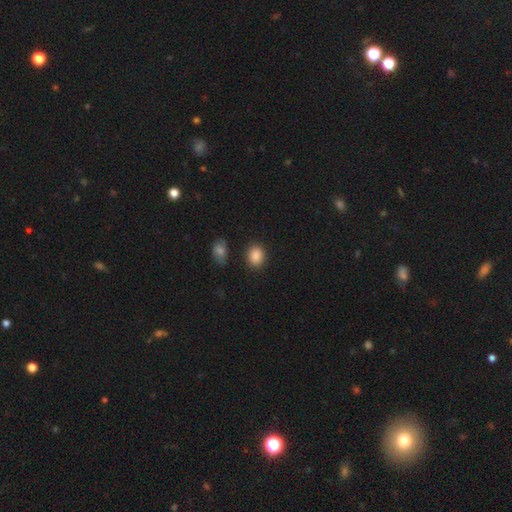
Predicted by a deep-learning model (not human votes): This is clearly a smooth galaxy (88%). How rounded: possibly in between (50%). Merging: clearly none (84%).